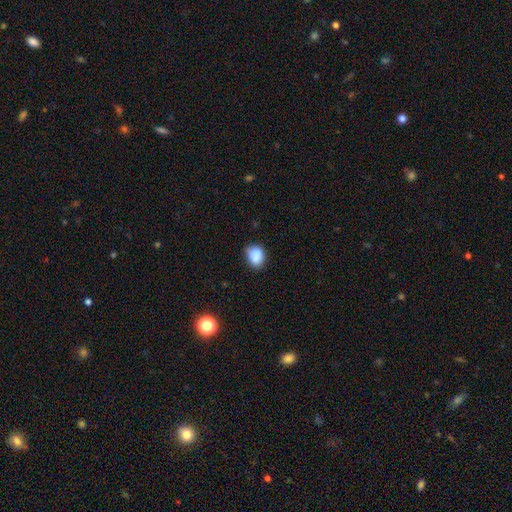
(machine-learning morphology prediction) A smooth galaxy with no disk features (87%) that is in between round and cigar-shaped (59%).

Vote fractions:
- Smooth or featured? smooth: 87% / star or artifact: 9% / featured or disk: 5%
- How rounded? in between: 59% / round: 40% / cigar-shaped: 1%
- Merging? none: 68% / minor disturbance: 26% / major disturbance: 5% / merger: 2%